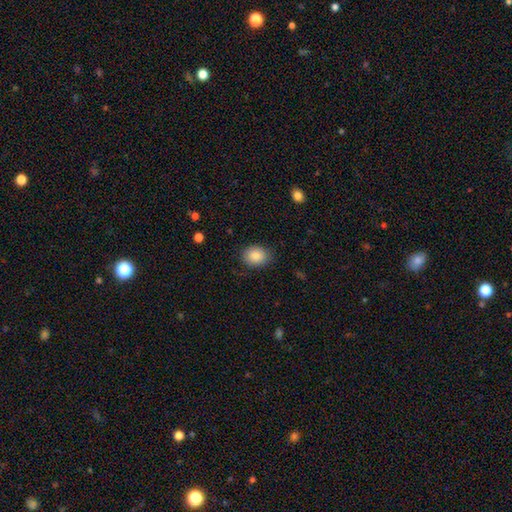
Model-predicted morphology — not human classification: Overall: smooth (87%). How rounded: in between (57%; round 42%). Merging: none (82%).